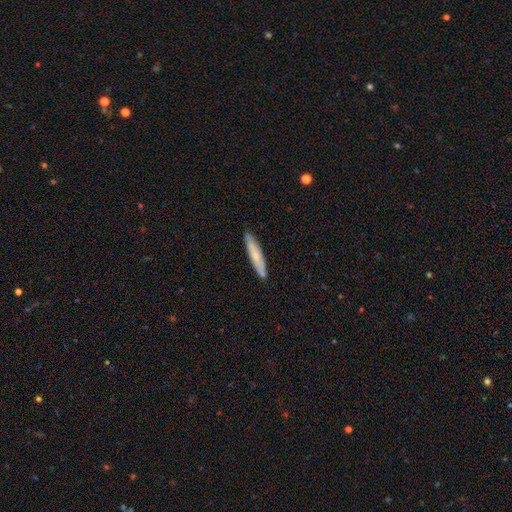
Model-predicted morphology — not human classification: A smooth galaxy with no disk features (60%) that is cigar-shaped (90%).

Vote fractions:
- Smooth or featured? smooth: 60% / featured or disk: 35% / star or artifact: 6%
- How rounded? cigar-shaped: 90% / in between: 9% / round: 1%
- Merging? none: 86% / minor disturbance: 11% / merger: 2% / major disturbance: 2%